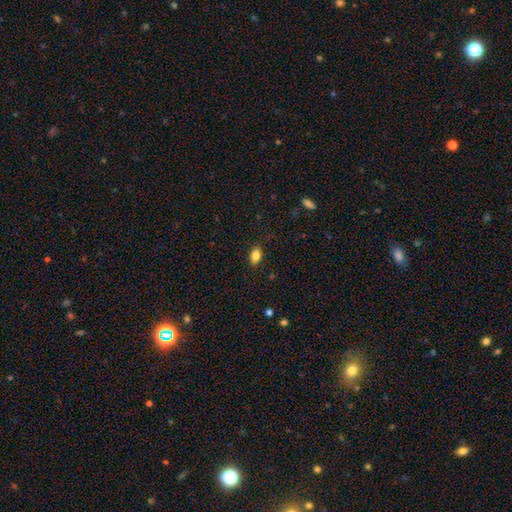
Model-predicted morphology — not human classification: smooth_or_featured: smooth (p=0.83) [alt: star or artifact p=0.09]
how_rounded: in between (p=0.84) [alt: round p=0.14]
merging: none (p=0.87) [alt: minor disturbance p=0.10]